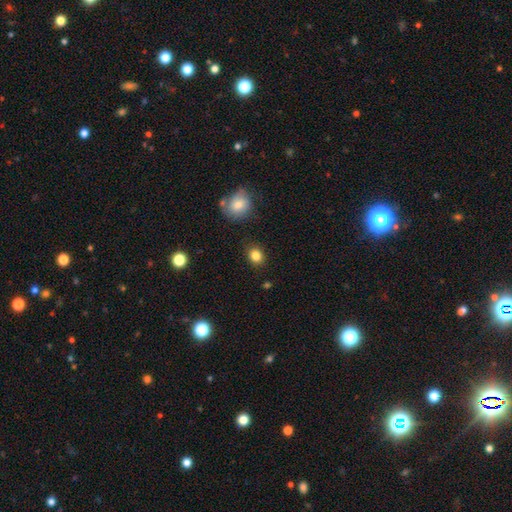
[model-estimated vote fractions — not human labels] smooth 84%, star or artifact 10%, featured or disk 5%. Down the decision tree: how rounded — round (61%); merging — none (86%).